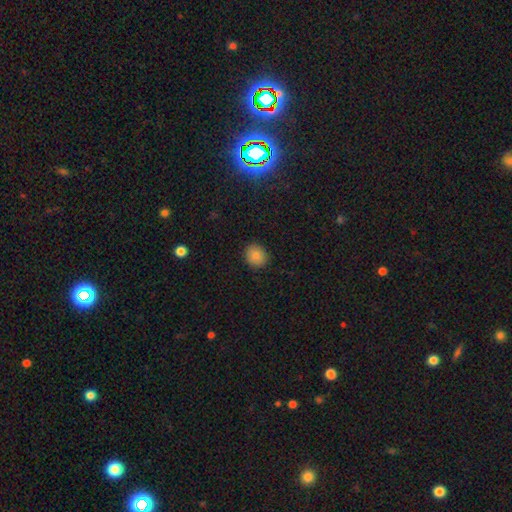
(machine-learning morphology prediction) This is clearly a smooth galaxy (87%). How rounded: likely round (75%). Merging: clearly none (89%).